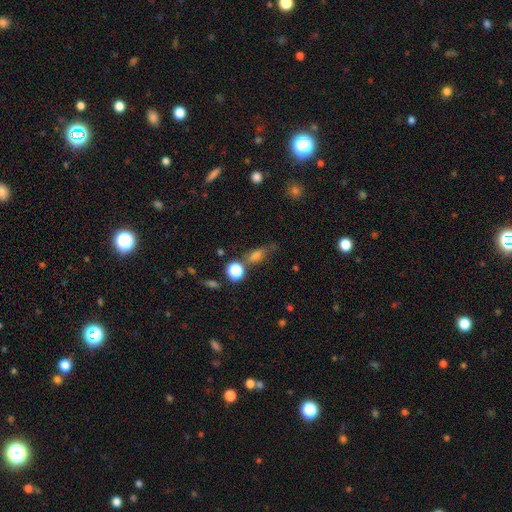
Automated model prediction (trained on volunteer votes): The model was most divided on "merging": none: 51%, minor disturbance: 23%, major disturbance: 14%, merger: 12%. More confident: smooth or featured — smooth (61%); how rounded — in between (58%).